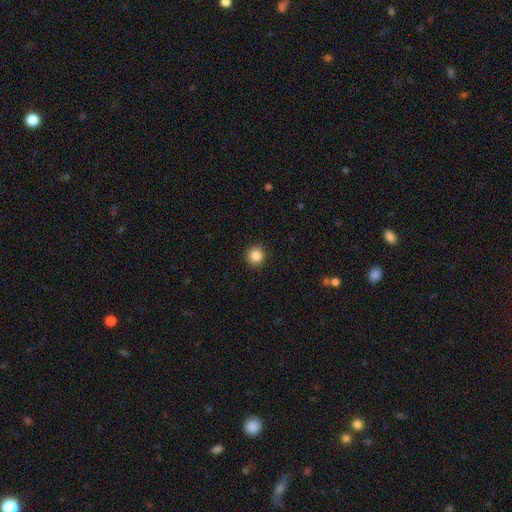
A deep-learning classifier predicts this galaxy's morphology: Smooth or featured? Predicted: smooth (p=0.87). How rounded? Predicted: round (p=0.94). Merging? Predicted: none (p=0.92).